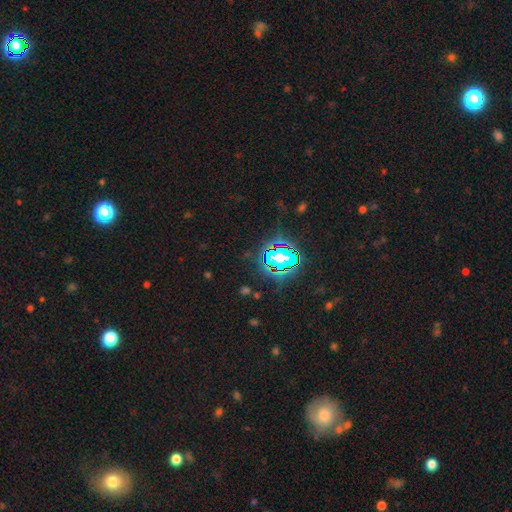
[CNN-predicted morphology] A star or artifact, not a galaxy (81%).

Vote fractions:
- Smooth or featured? star or artifact: 81% / smooth: 11% / featured or disk: 8%